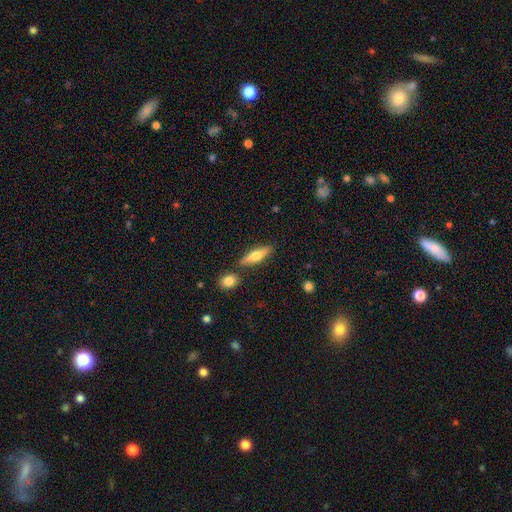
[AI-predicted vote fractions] This appears to be a featured or disk galaxy (47%, tied with smooth). Merging: none (81%).